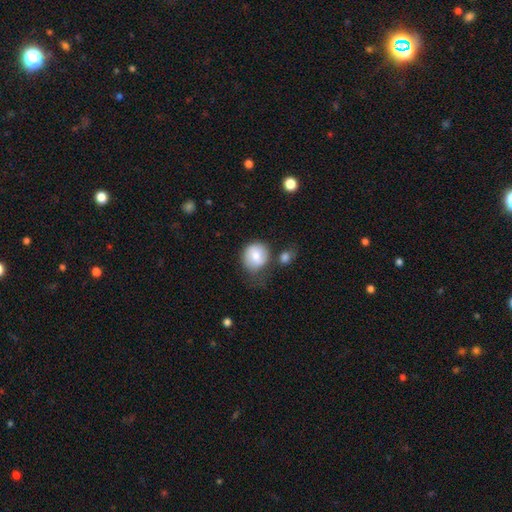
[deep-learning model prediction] smooth_or_featured: smooth (p=0.77) [alt: featured or disk p=0.16]
how_rounded: round (p=0.81) [alt: in between p=0.18]
merging: none (p=0.52) [alt: minor disturbance p=0.24]